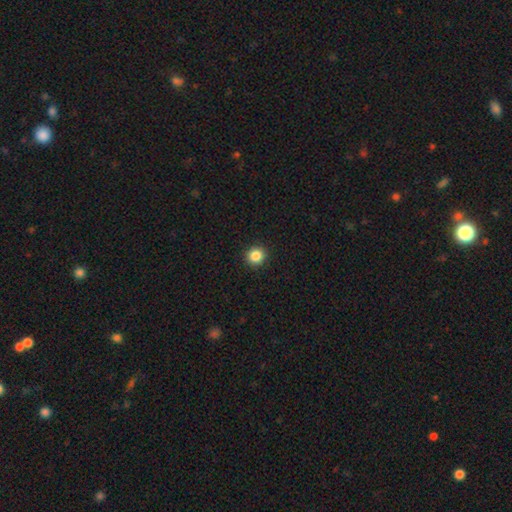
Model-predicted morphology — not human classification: smooth 86%, star or artifact 10%, featured or disk 4%. Down the decision tree: how rounded — round (93%); merging — none (93%).